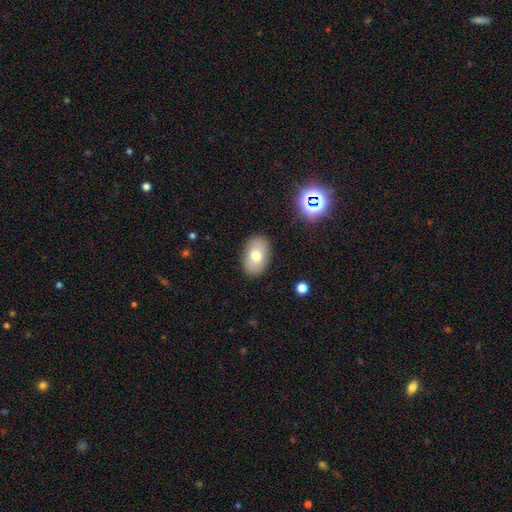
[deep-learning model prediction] smooth_or_featured: smooth (p=0.74) [alt: featured or disk p=0.17]
how_rounded: in between (p=0.88) [alt: round p=0.11]
merging: none (p=0.87) [alt: minor disturbance p=0.09]